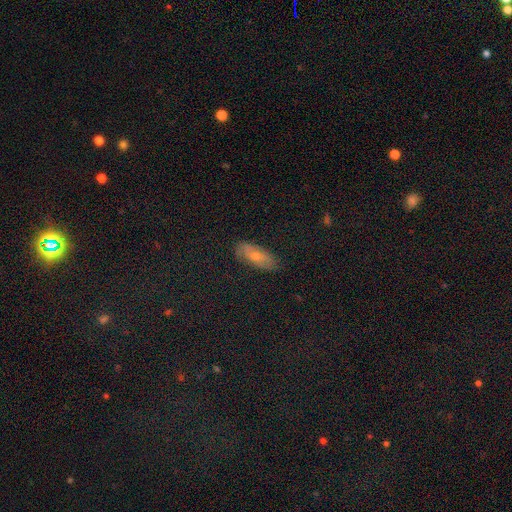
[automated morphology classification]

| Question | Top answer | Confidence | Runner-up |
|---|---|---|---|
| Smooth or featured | smooth | 58% | featured or disk (32%) |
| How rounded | in between | 79% | cigar-shaped (18%) |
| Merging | none | 80% | minor disturbance (16%) |